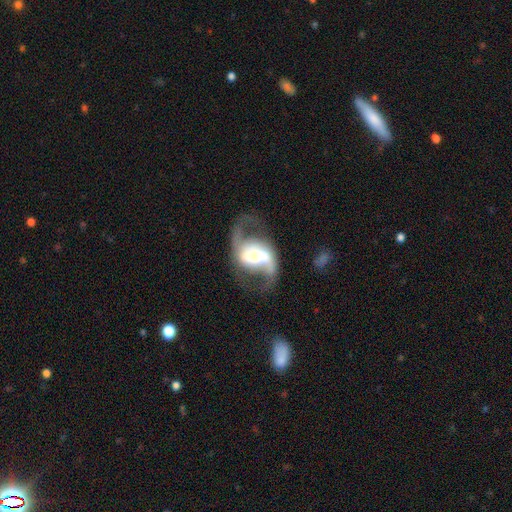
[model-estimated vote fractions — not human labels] The model was most divided on "bulge size": small: 31%, moderate: 30%, large: 24%, dominant: 9%, none: 6%. Remaining: edge-on disk — no (97%); spiral arms — yes (94%); spiral arm count — 2 (92%); smooth or featured — featured or disk (86%); merging — none (62%); spiral winding — loose (57%); bar — strong (43%).